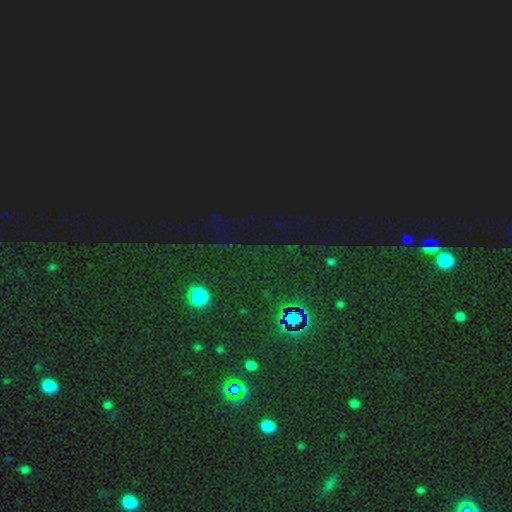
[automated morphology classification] A star or artifact, not a galaxy (80%).

Vote fractions:
- Smooth or featured? star or artifact: 80% / smooth: 14% / featured or disk: 7%